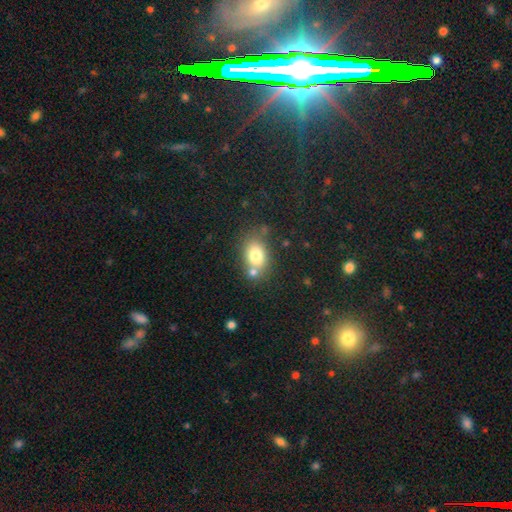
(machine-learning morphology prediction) Overall: smooth (77%). How rounded: in between (72%). Merging: none (60%; merger 21%).